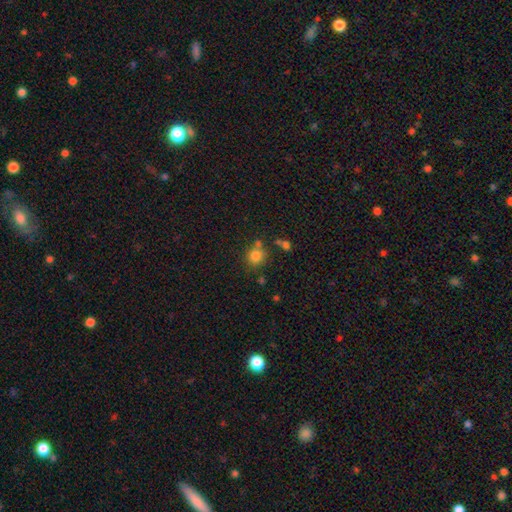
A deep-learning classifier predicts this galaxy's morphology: A smooth galaxy with no disk features (81%) that is round (85%). Merging: none (69%).